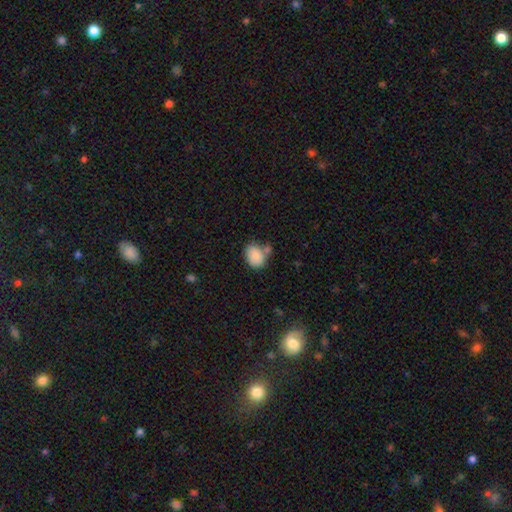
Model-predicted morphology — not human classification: Smooth or featured? smooth (86%)
How rounded? in between (63%)
Merging? none (57%)